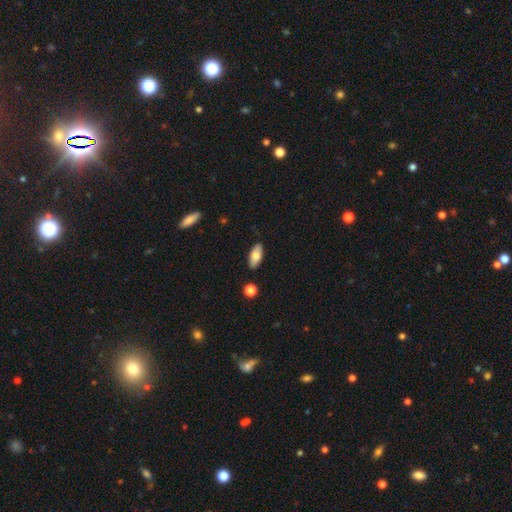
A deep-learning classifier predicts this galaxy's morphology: A smooth galaxy with no disk features (78%) that is in between round and cigar-shaped (88%). Merging: none (87%).